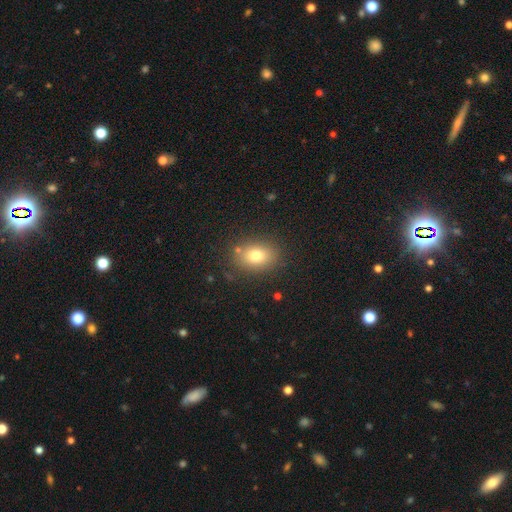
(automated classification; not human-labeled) smooth-or-featured: smooth: 76% | star or artifact: 13% | featured or disk: 12%
  how-rounded: in between: 62% | round: 36% | cigar-shaped: 1%
  merging: none: 82% | minor disturbance: 11% | major disturbance: 4% | merger: 3%